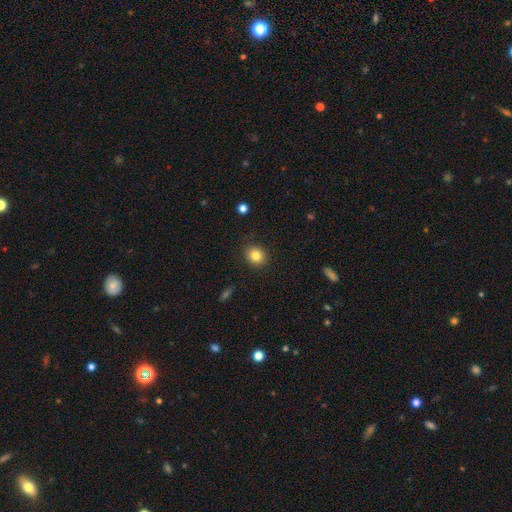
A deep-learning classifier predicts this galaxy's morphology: A smooth galaxy with no disk features (83%) that is round (78%).

Vote fractions:
- Smooth or featured? smooth: 83% / star or artifact: 10% / featured or disk: 7%
- How rounded? round: 78% / in between: 21% / cigar-shaped: 1%
- Merging? none: 89% / minor disturbance: 7% / major disturbance: 2% / merger: 1%